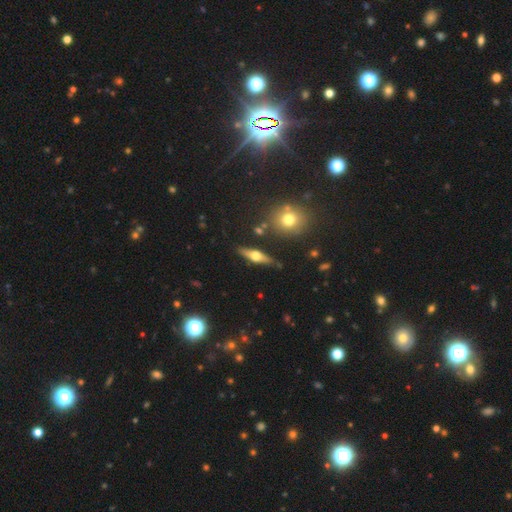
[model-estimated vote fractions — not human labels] A featured or disk galaxy (69%) viewed edge-on (95%) with a rounded central bulge (95%).

Vote fractions:
- Smooth or featured? featured or disk: 69% / smooth: 25% / star or artifact: 7%
- Edge-on disk? yes: 95% / no: 5%
- Edge-on bulge? rounded: 95% / boxy: 4% / none: 2%
- Merging? none: 85% / minor disturbance: 9% / merger: 3% / major disturbance: 2%